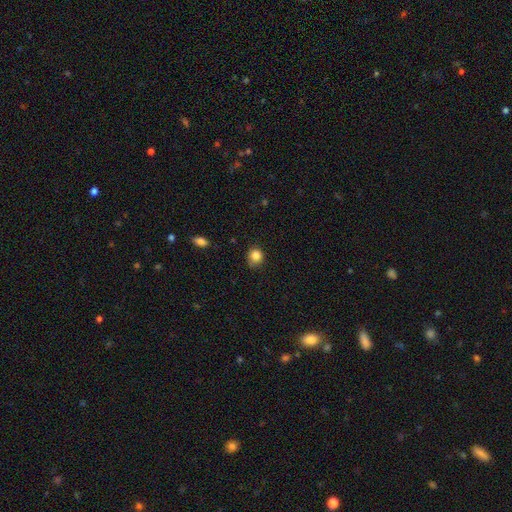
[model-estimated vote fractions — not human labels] Smooth or featured?
  - smooth: 84% *
  - star or artifact: 11%
  - featured or disk: 5%
How rounded?
  - round: 79% *
  - in between: 20%
  - cigar-shaped: 1%
Merging?
  - none: 75% *
  - minor disturbance: 20%
  - major disturbance: 3%
  - merger: 1%